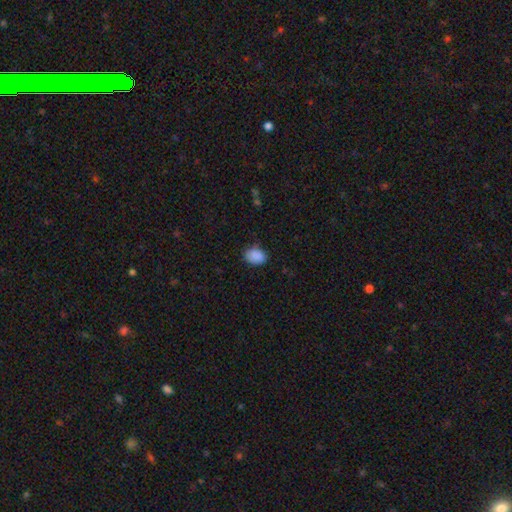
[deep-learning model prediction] Smooth or featured?
  - smooth: 88% *
  - star or artifact: 8%
  - featured or disk: 3%
How rounded?
  - in between: 73% *
  - round: 26%
  - cigar-shaped: 1%
Merging?
  - none: 75% *
  - minor disturbance: 20%
  - major disturbance: 4%
  - merger: 1%